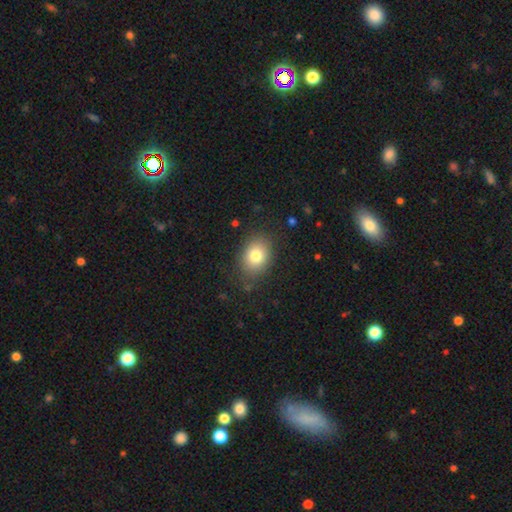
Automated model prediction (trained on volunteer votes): smooth-or-featured: smooth: 79% | featured or disk: 11% | star or artifact: 10%
  how-rounded: in between: 63% | round: 36% | cigar-shaped: 1%
  merging: none: 82% | minor disturbance: 13% | major disturbance: 4% | merger: 1%